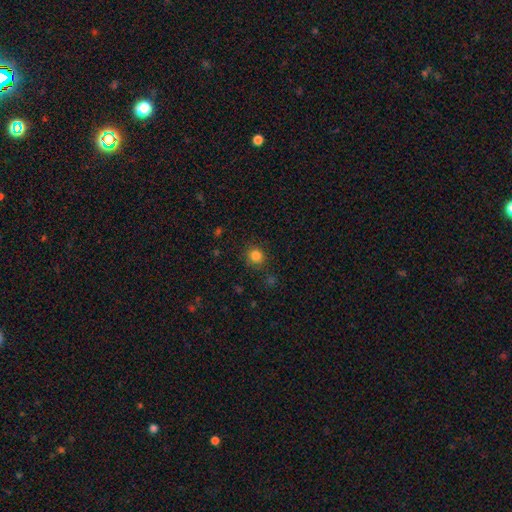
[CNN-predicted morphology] Q: Smooth or featured?
A: smooth (83%); runner-up: star or artifact (13%)
Q: How rounded?
A: round (90%); runner-up: in between (9%)
Q: Merging?
A: none (86%); runner-up: minor disturbance (9%)